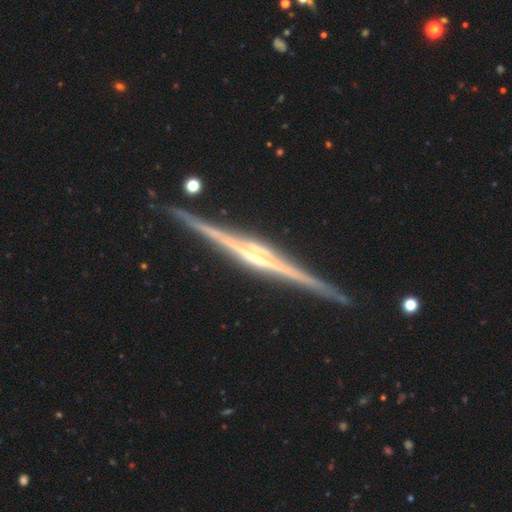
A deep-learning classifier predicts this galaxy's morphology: A featured or disk galaxy (91%) viewed edge-on (99%) with a rounded central bulge (62%). Merging: none (91%).